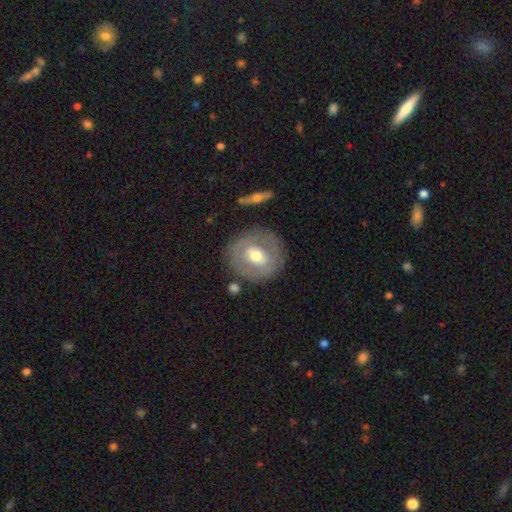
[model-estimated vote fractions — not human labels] The model was most divided on "bar": no: 46%, weak: 37%, strong: 17%. More confident: edge-on disk — no (93%); merging — none (80%); spiral arms — no (74%); bulge size — moderate (71%); smooth or featured — featured or disk (54%).